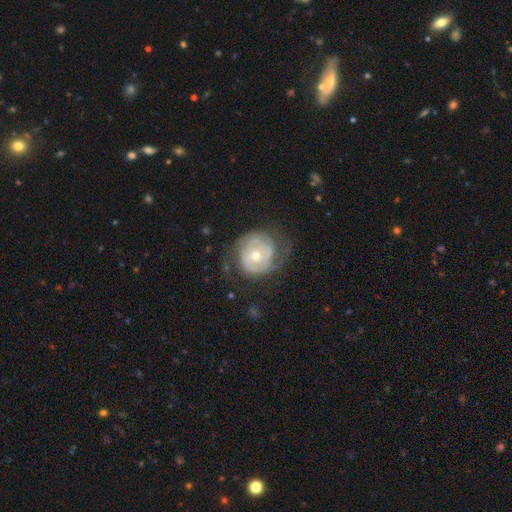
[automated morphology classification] Smooth or featured? Predicted: featured or disk (p=0.78). Edge-on disk? Predicted: no (p=0.97). Bar? Predicted: no (p=0.72). Spiral arms? Predicted: yes (p=0.84). Spiral winding? Predicted: tight (p=0.63). Spiral arm count? Predicted: 2 (p=0.53). Bulge size? Predicted: moderate (p=0.61). Merging? Predicted: none (p=0.63).